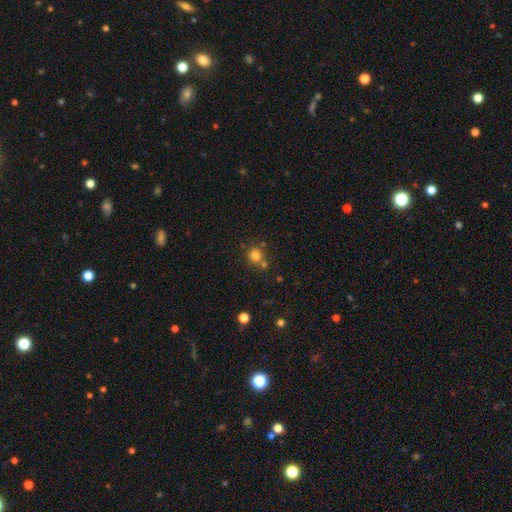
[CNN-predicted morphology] smooth 79%, star or artifact 14%, featured or disk 7%. Down the decision tree: how rounded — round (90%); merging — none (66%).